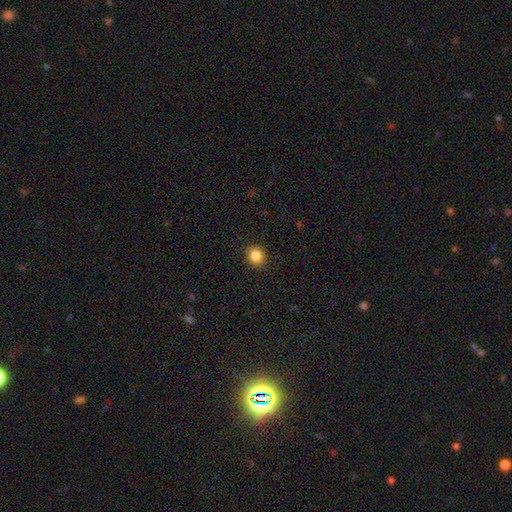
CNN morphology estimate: A smooth galaxy with no disk features (85%) that is round (73%). Merging: none (90%).